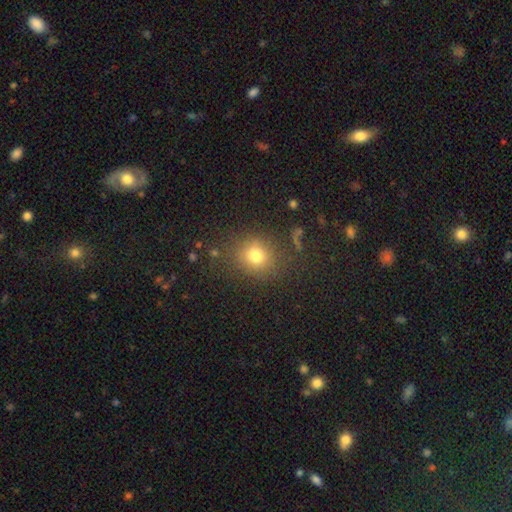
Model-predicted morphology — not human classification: smooth-or-featured: smooth: 75% | star or artifact: 16% | featured or disk: 9%
  how-rounded: round: 80% | in between: 19% | cigar-shaped: 1%
  merging: none: 81% | minor disturbance: 10% | major disturbance: 6% | merger: 3%